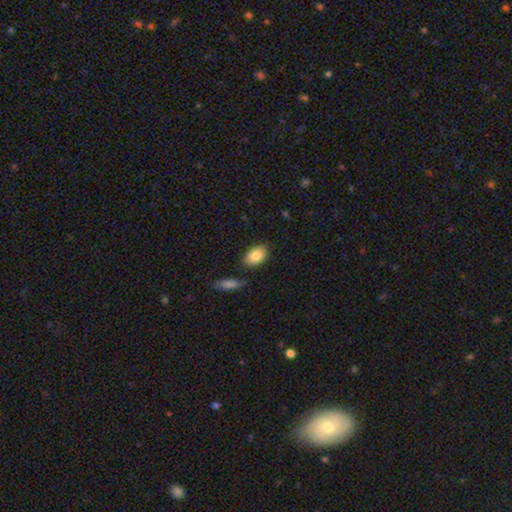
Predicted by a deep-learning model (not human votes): Morphology: type=smooth (84%); roundness=in between (91%); merging=none (82%).